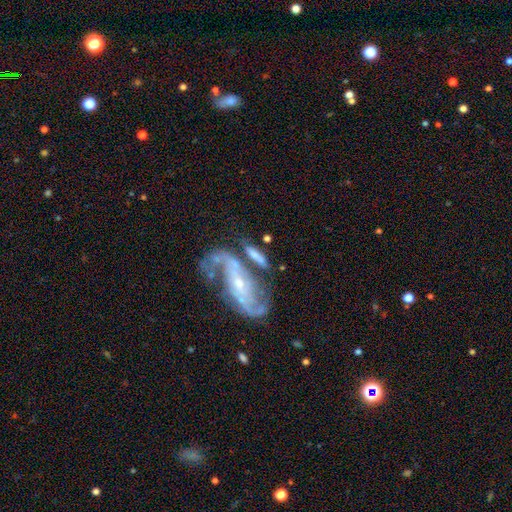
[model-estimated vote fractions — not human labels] Smooth or featured?
  - featured or disk: 59% *
  - smooth: 34%
  - star or artifact: 7%
Edge-on disk?
  - no: 78% *
  - yes: 22%
Merging?
  - none: 40% *
  - merger: 28%
  - minor disturbance: 18%
  - major disturbance: 14%